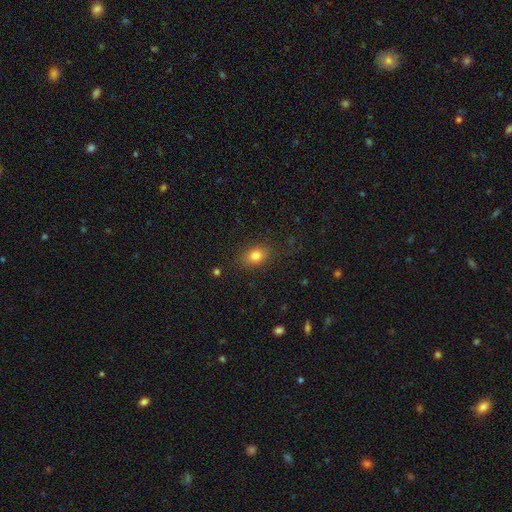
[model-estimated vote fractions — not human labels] Smooth or featured? Predicted: smooth (p=0.80). How rounded? Predicted: in between (p=0.68). Merging? Predicted: none (p=0.83).